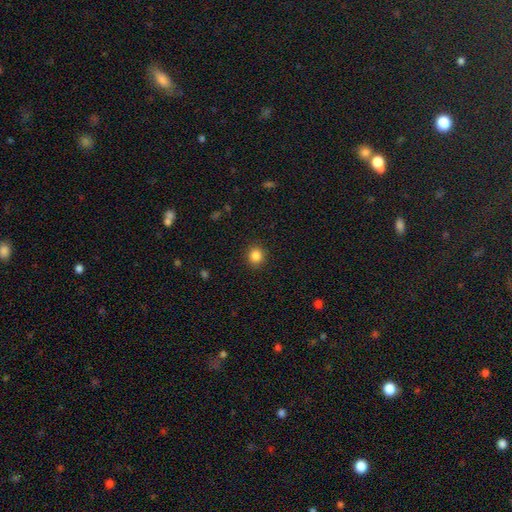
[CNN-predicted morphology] smooth 85%, star or artifact 11%, featured or disk 4%. Down the decision tree: how rounded — round (86%); merging — none (91%).